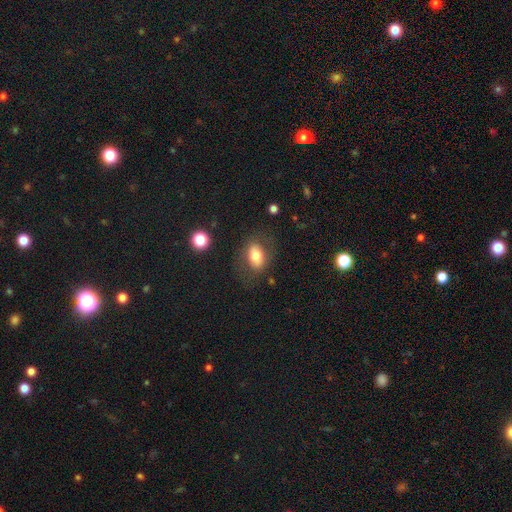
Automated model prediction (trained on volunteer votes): This is likely a smooth galaxy (73%). How rounded: clearly in between (83%). Merging: likely none (72%).